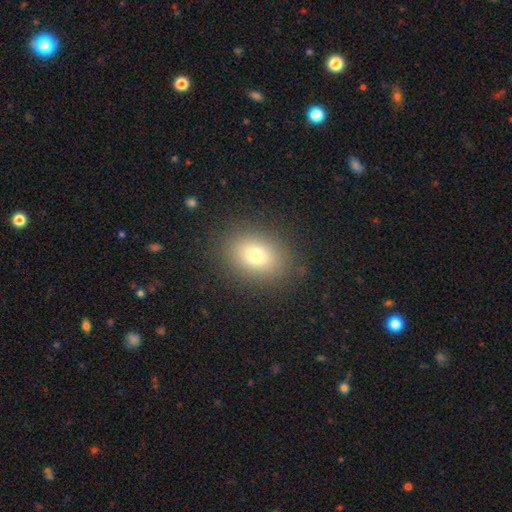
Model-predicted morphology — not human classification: smooth-or-featured: smooth: 76% | star or artifact: 13% | featured or disk: 11%
  how-rounded: in between: 61% | round: 38% | cigar-shaped: 1%
  merging: none: 87% | minor disturbance: 8% | major disturbance: 4% | merger: 1%